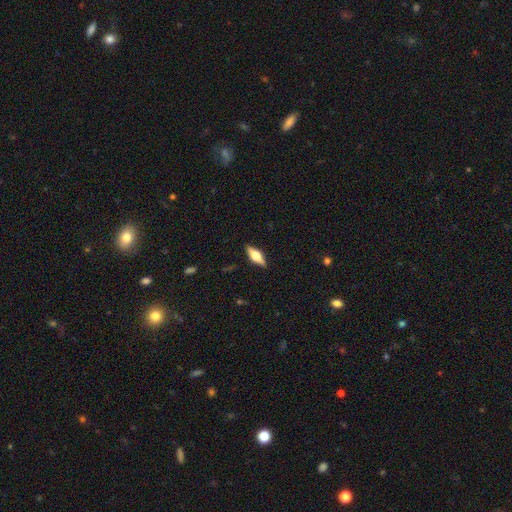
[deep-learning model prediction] A featured or disk galaxy (59%) viewed edge-on (94%) with a rounded central bulge (93%). Merging: none (88%).